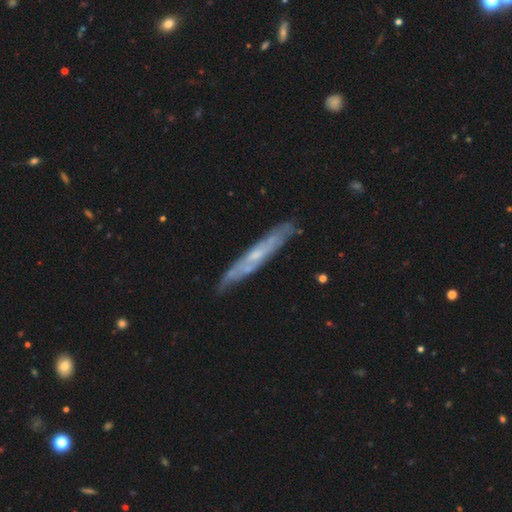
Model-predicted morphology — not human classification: featured or disk 68%, smooth 26%, star or artifact 6%. Down the decision tree: edge-on disk — yes (72%); merging — none (81%).